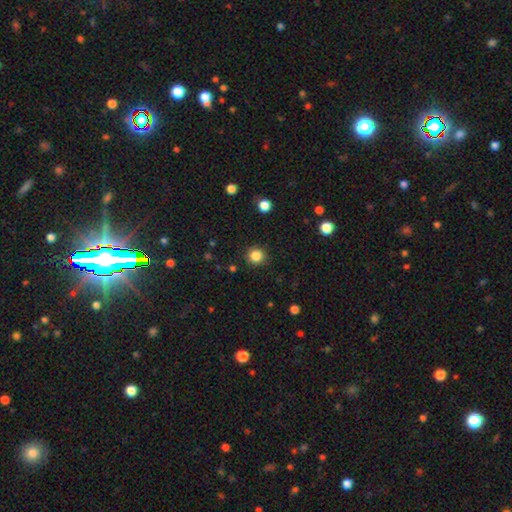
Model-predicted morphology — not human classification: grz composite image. It shows a smooth galaxy with no disk features (85%) that is round (93%). Merging: none (91%).